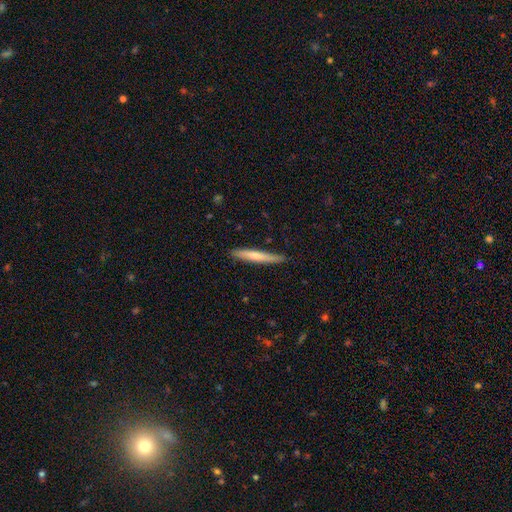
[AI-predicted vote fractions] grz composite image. It shows a smooth galaxy with no disk features (63%) that is cigar-shaped (95%). Merging: none (83%).